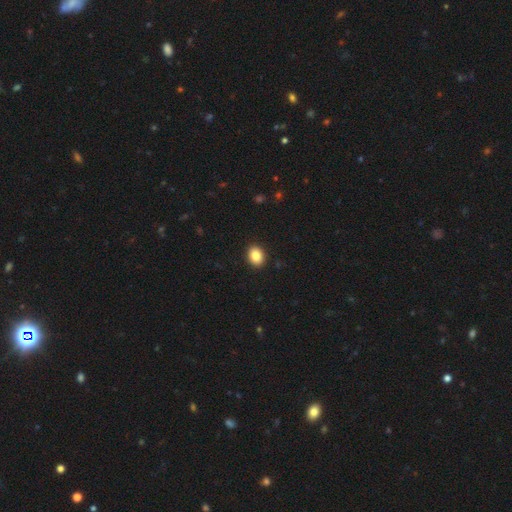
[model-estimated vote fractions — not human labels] The model was most divided on "how rounded": in between: 62%, round: 37%, cigar-shaped: 1%. More confident: merging — none (92%); smooth or featured — smooth (87%).